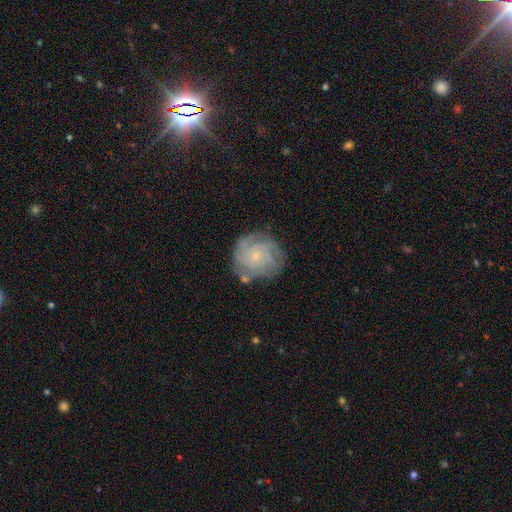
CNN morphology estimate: A featured or disk galaxy (81%) with no bar (79%), 4 (34%) tight (72%) spiral arms (97%) and a small central bulge (81%).

Vote fractions:
- Smooth or featured? featured or disk: 81% / smooth: 11% / star or artifact: 7%
- Edge-on disk? no: 98% / yes: 2%
- Bar? no: 79% / weak: 18% / strong: 3%
- Spiral arms? yes: 97% / no: 3%
- Spiral winding? tight: 72% / medium: 24% / loose: 4%
- Spiral arm count? 4: 34% / 3: 23% / can't tell: 19% / more than 4: 9% / 2: 9% / 1: 6%
- Bulge size? small: 81% / moderate: 13% / none: 3% / large: 1% / dominant: 1%
- Merging? none: 77% / minor disturbance: 15% / major disturbance: 5% / merger: 3%